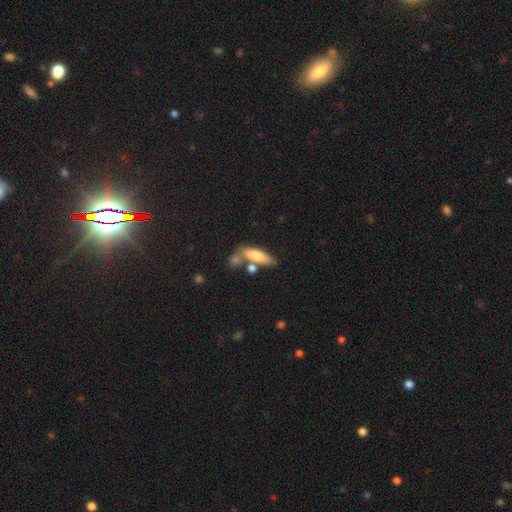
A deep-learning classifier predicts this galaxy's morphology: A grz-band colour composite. It shows a smooth galaxy with no disk features (74%) that is in between round and cigar-shaped (50%). Merging: none (50%).